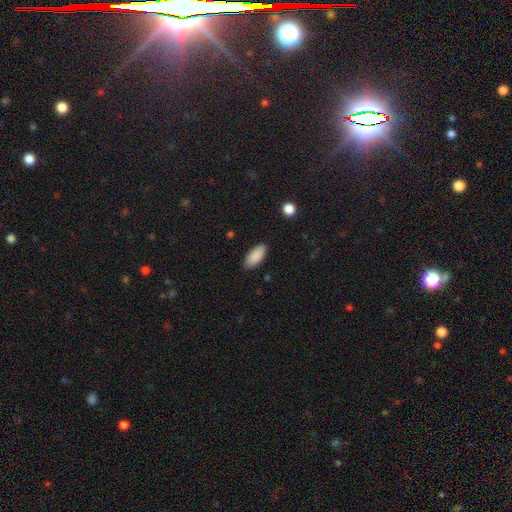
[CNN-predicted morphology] A smooth galaxy with no disk features (90%) that is in between round and cigar-shaped (91%). Merging: none (86%).